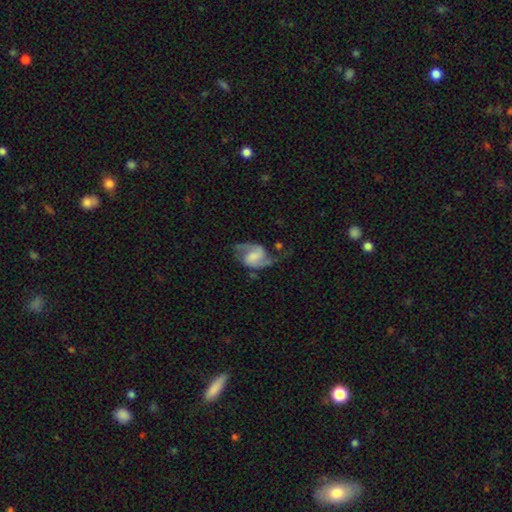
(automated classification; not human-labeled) Morphology: type=featured or disk (85%); edge-on=no (98%); bar=weak (45%); spiral arms=yes (96%); winding=medium (48%); arm count=2 (92%); bulge=none (36%); merging=none (57%).